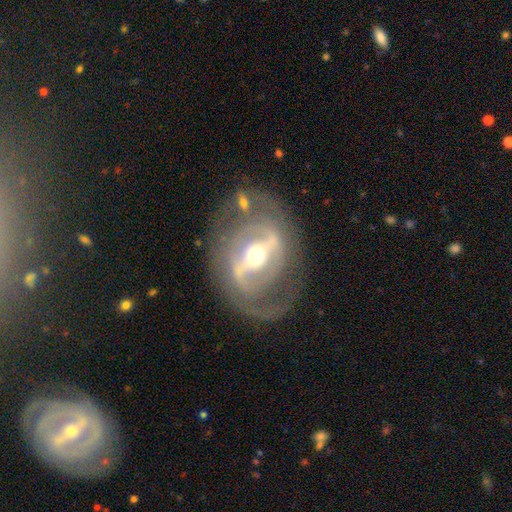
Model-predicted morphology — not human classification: A featured or disk galaxy (84%) with a strong bar (64%), 2 (70%) medium (41%) spiral arms (77%) and a moderate central bulge (65%).

Vote fractions:
- Smooth or featured? featured or disk: 84% / smooth: 10% / star or artifact: 6%
- Edge-on disk? no: 93% / yes: 7%
- Bar? strong: 64% / weak: 25% / no: 11%
- Spiral arms? yes: 77% / no: 23%
- Spiral winding? medium: 41% / tight: 38% / loose: 21%
- Spiral arm count? 2: 70% / can't tell: 16% / 3: 6% / 1: 5% / 4: 2% / more than 4: 2%
- Bulge size? moderate: 65% / small: 25% / large: 7% / dominant: 1% / none: 1%
- Merging? none: 67% / minor disturbance: 16% / major disturbance: 13% / merger: 4%